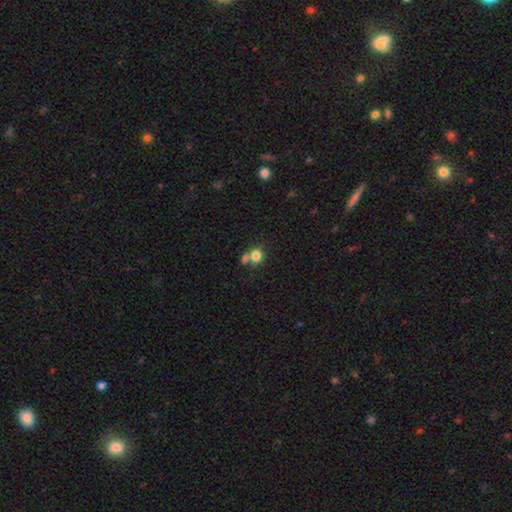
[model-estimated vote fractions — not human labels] The model was most divided on "merging": none: 47%, merger: 40%, minor disturbance: 9%, major disturbance: 4%. More confident: smooth or featured — smooth (80%); how rounded — round (76%).